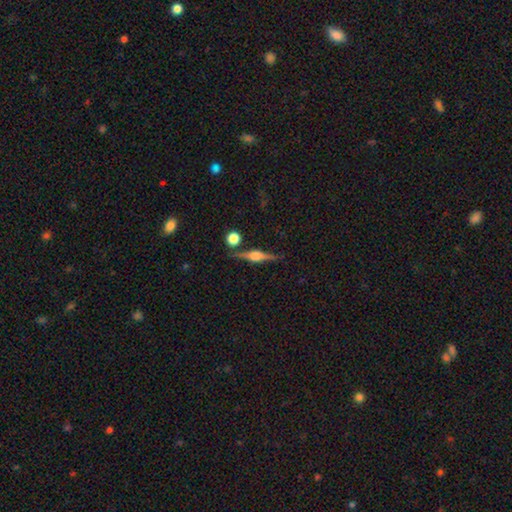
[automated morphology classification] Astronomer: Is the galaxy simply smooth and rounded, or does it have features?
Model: featured or disk — 81%.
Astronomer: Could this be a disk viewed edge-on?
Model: yes — 98%.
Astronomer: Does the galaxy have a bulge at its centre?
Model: rounded — 89%.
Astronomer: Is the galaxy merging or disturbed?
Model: none — 86%.